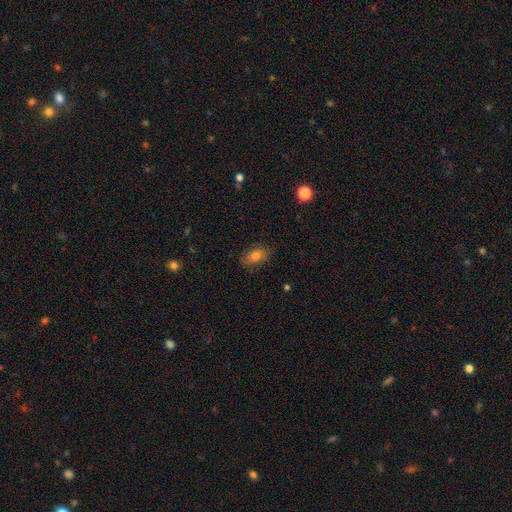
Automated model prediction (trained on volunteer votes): A smooth galaxy with no disk features (79%) that is in between round and cigar-shaped (86%).

Vote fractions:
- Smooth or featured? smooth: 79% / featured or disk: 12% / star or artifact: 9%
- How rounded? in between: 86% / round: 10% / cigar-shaped: 4%
- Merging? none: 81% / minor disturbance: 14% / major disturbance: 3% / merger: 1%